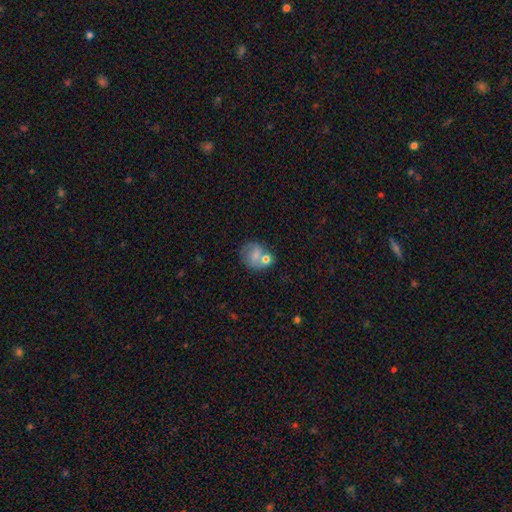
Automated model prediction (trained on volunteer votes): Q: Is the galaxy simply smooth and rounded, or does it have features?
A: smooth — 66%.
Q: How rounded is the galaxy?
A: round — 69%.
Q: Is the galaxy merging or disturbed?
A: none — 45%.